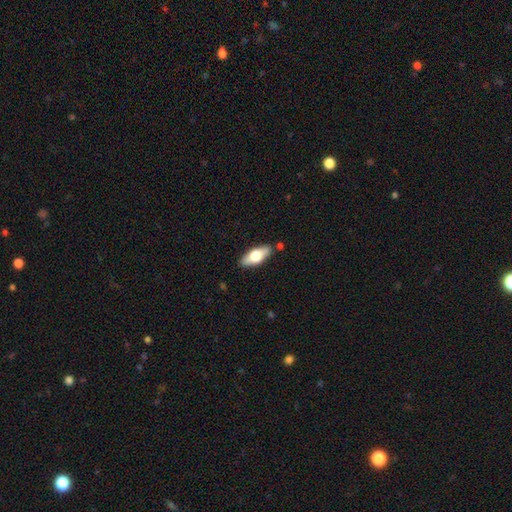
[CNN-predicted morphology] Overall: smooth (59%; featured or disk 35%). How rounded: in between (76%). Merging: none (85%).